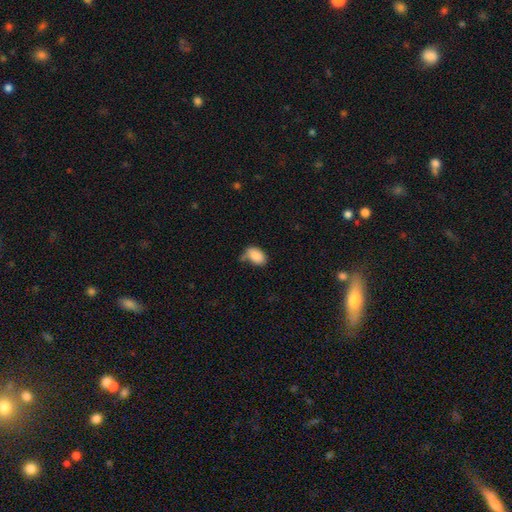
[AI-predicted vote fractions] Overall: smooth (87%). How rounded: in between (89%). Merging: none (48%; minor disturbance 31%).